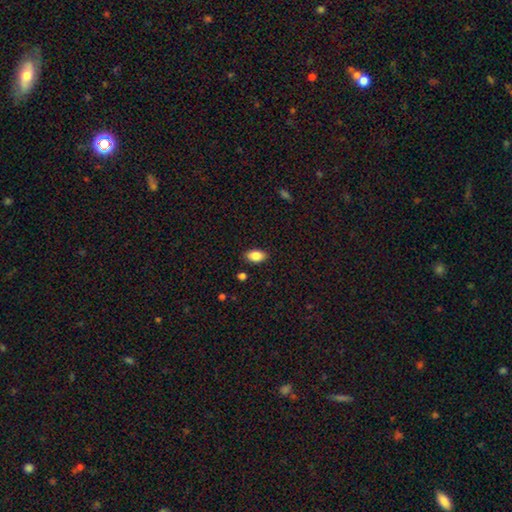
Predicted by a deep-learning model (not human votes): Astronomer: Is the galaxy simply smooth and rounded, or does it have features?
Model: smooth — 87%.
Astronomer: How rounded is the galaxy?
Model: in between — 92%.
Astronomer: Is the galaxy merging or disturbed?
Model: none — 87%.